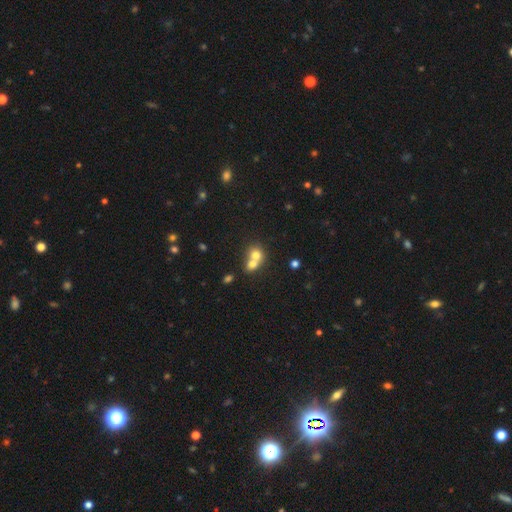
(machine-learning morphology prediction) smooth-or-featured: smooth: 72% | featured or disk: 17% | star or artifact: 11%
  how-rounded: round: 67% | in between: 32% | cigar-shaped: 1%
  merging: merger: 70% | none: 23% | minor disturbance: 5% | major disturbance: 2%